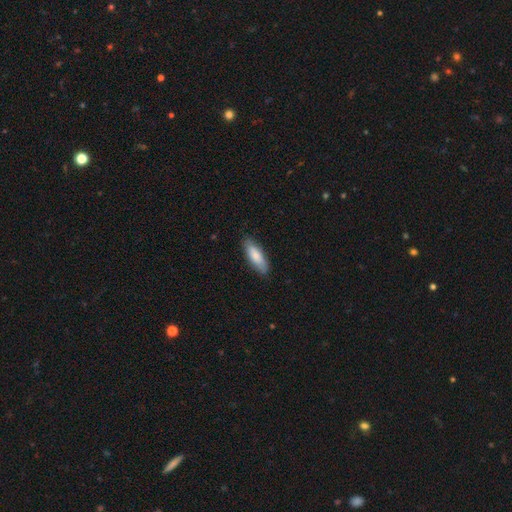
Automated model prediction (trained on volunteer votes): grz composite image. It shows a smooth galaxy with no disk features (80%) that is in between round and cigar-shaped (60%). Merging: none (85%).